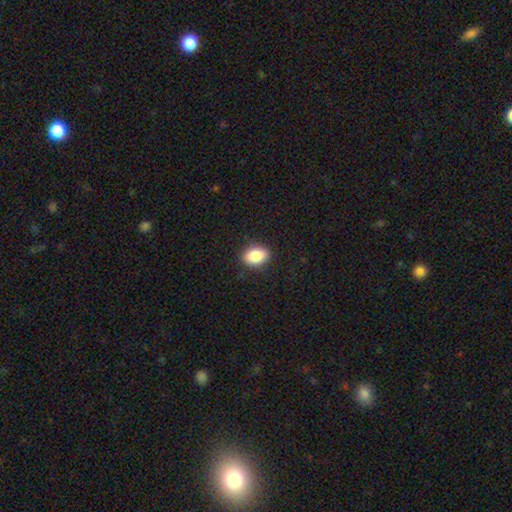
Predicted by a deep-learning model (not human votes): Q: Smooth or featured?
A: smooth (87%); runner-up: star or artifact (8%)
Q: How rounded?
A: in between (82%); runner-up: round (17%)
Q: Merging?
A: none (88%); runner-up: minor disturbance (8%)